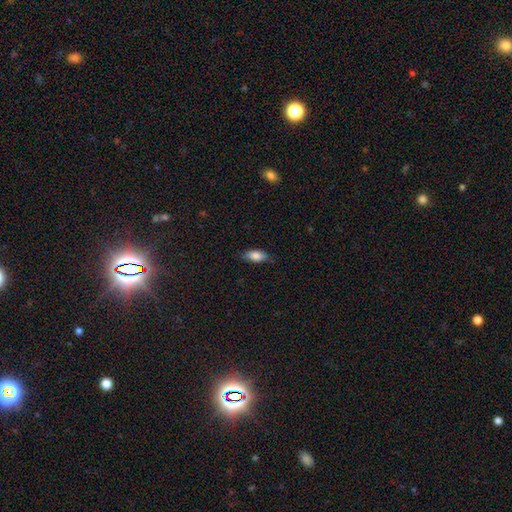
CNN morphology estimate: Smooth or featured? smooth (82%)
How rounded? in between (86%)
Merging? none (76%)